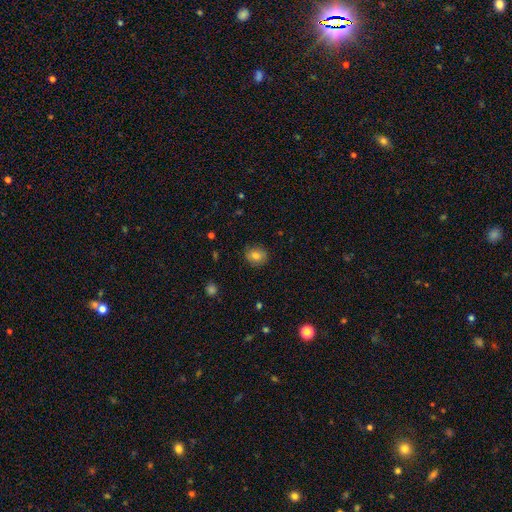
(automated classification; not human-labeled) smooth 79%, featured or disk 11%, star or artifact 10%. Down the decision tree: how rounded — round (66%); merging — none (86%).